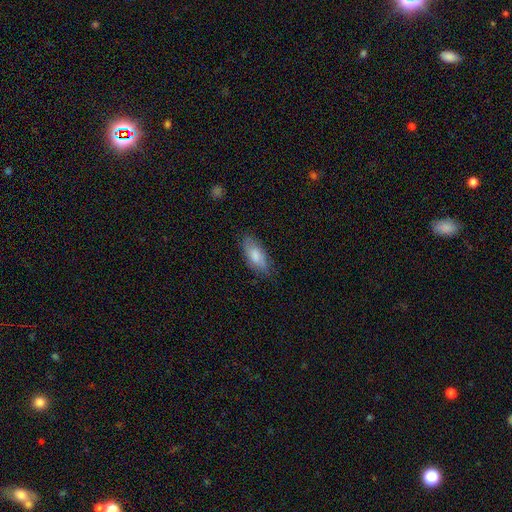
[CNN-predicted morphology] A smooth galaxy with no disk features (73%) that is in between round and cigar-shaped (85%). Merging: none (75%).